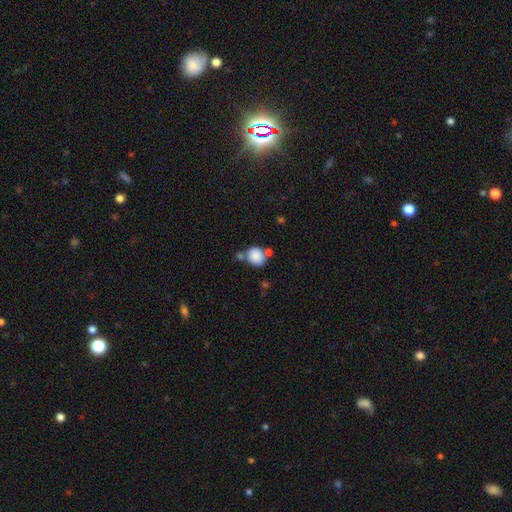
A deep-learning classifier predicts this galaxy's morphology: smooth-or-featured: smooth: 86% | star or artifact: 9% | featured or disk: 6%
  how-rounded: round: 73% | in between: 26% | cigar-shaped: 1%
  merging: none: 58% | merger: 24% | minor disturbance: 13% | major disturbance: 5%